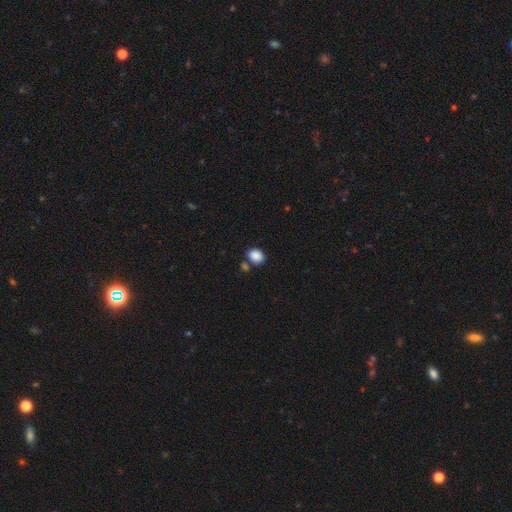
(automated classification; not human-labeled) Morphology: type=smooth (88%); roundness=in between (53%); merging=none (71%).